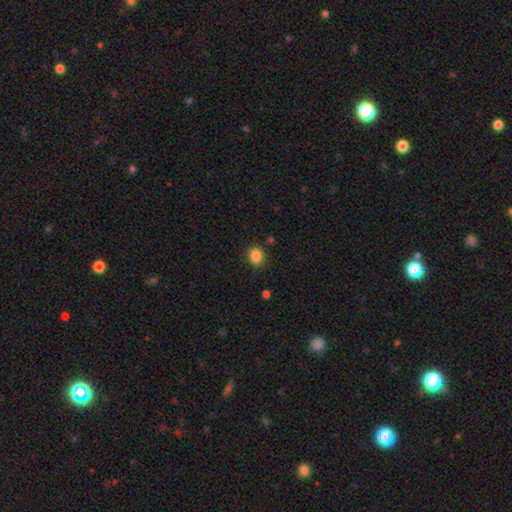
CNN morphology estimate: Smooth or featured? Predicted: smooth (p=0.86). How rounded? Predicted: round (p=0.69). Merging? Predicted: none (p=0.85).